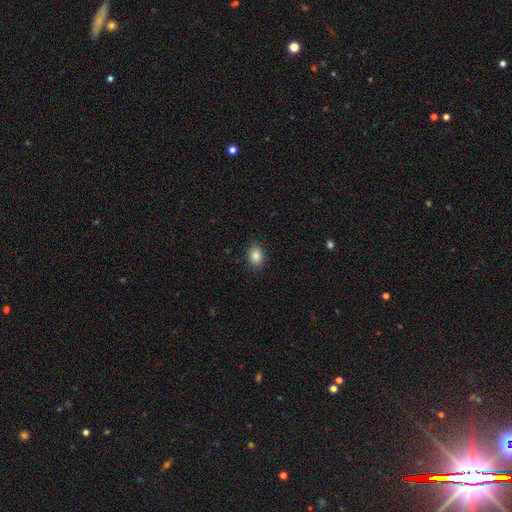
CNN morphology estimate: This appears to be a smooth galaxy with no disk features (87%) that is in between round and cigar-shaped (63%). Merging: none (89%).